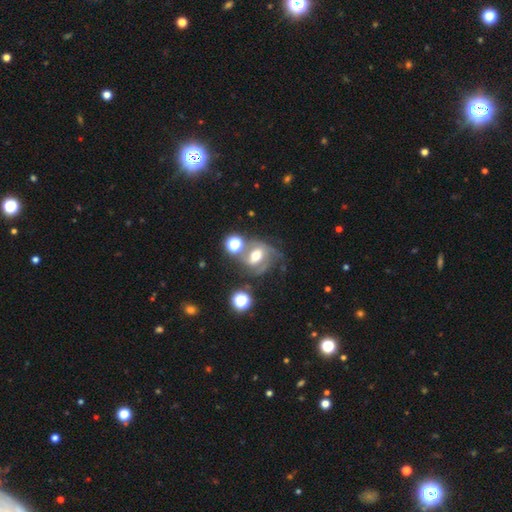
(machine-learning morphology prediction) The model was most divided on "bar": weak: 42%, no: 31%, strong: 27%. Remaining: edge-on disk — no (96%); spiral arms — yes (83%); smooth or featured — featured or disk (66%); bulge size — moderate (66%); spiral arm count — 2 (53%); spiral winding — medium (46%); merging — none (42%).